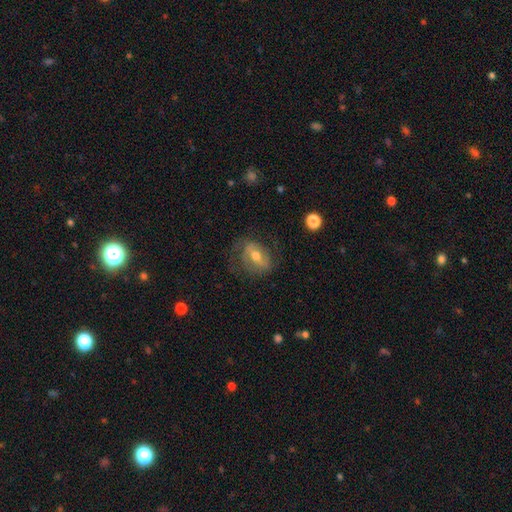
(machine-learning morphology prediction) type=featured or disk (59%); edge-on=no (94%); bar=weak (40%); spiral arms=yes (70%); bulge=moderate (71%); merging=none (60%).